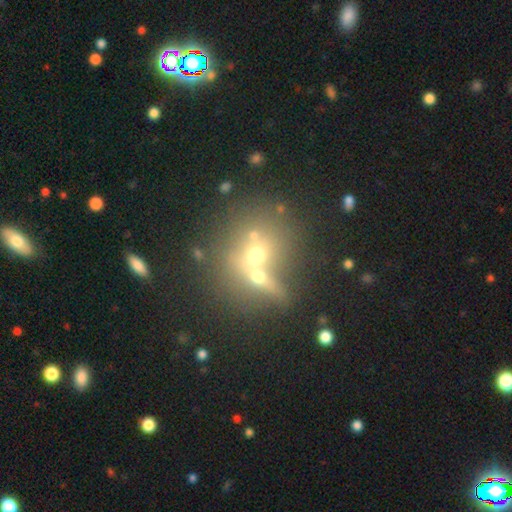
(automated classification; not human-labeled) A smooth galaxy with no disk features (53%) that is round (75%).

Vote fractions:
- Smooth or featured? smooth: 53% / featured or disk: 27% / star or artifact: 20%
- How rounded? round: 75% / in between: 23% / cigar-shaped: 2%
- Merging? merger: 55% / none: 33% / minor disturbance: 7% / major disturbance: 5%